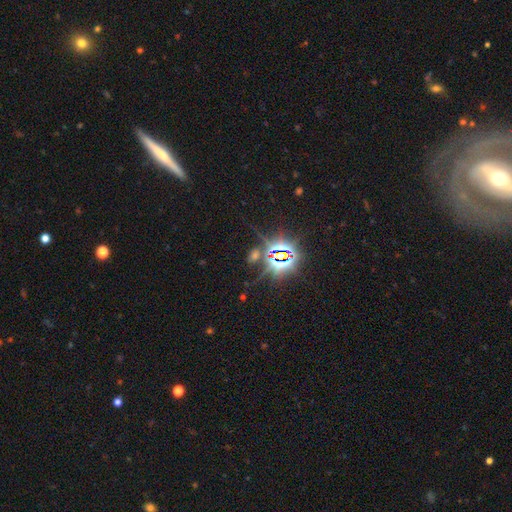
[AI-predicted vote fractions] star or artifact 78%, smooth 12%, featured or disk 10%.